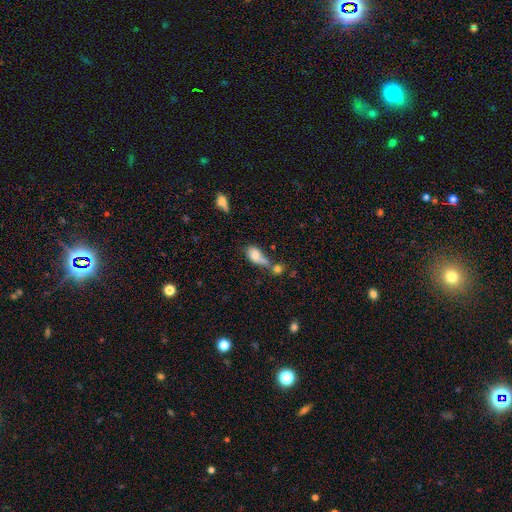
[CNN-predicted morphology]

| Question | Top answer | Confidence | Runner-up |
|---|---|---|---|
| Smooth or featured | smooth | 75% | featured or disk (16%) |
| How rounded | in between | 80% | round (12%) |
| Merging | merger | 45% | none (22%) |